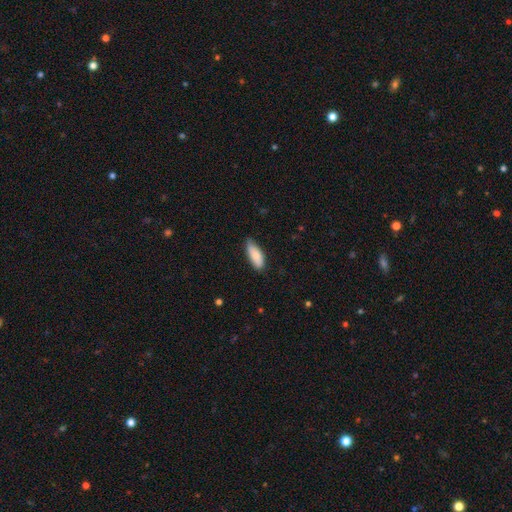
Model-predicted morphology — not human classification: smooth 83%, featured or disk 11%, star or artifact 6%. Down the decision tree: how rounded — in between (74%); merging — none (68%).